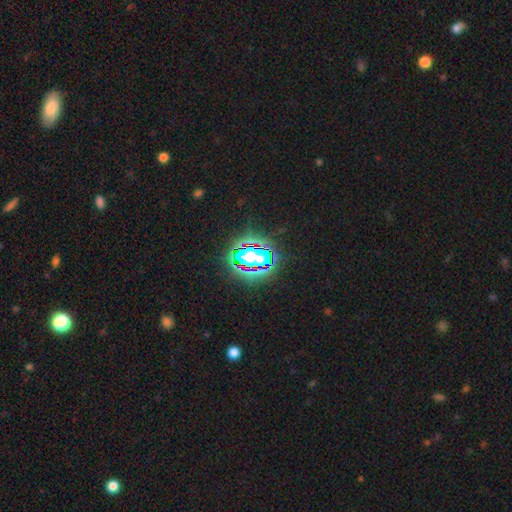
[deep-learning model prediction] This appears to be a star or artifact, not a galaxy (74%).